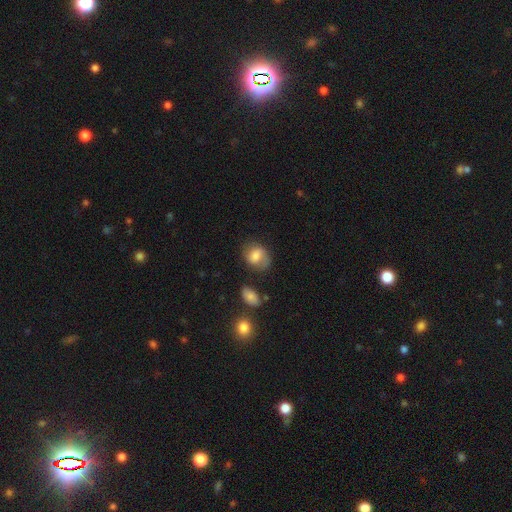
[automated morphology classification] smooth_or_featured: smooth (p=0.66) [alt: featured or disk p=0.25]
how_rounded: in between (p=0.54) [alt: round p=0.44]
merging: none (p=0.59) [alt: minor disturbance p=0.25]